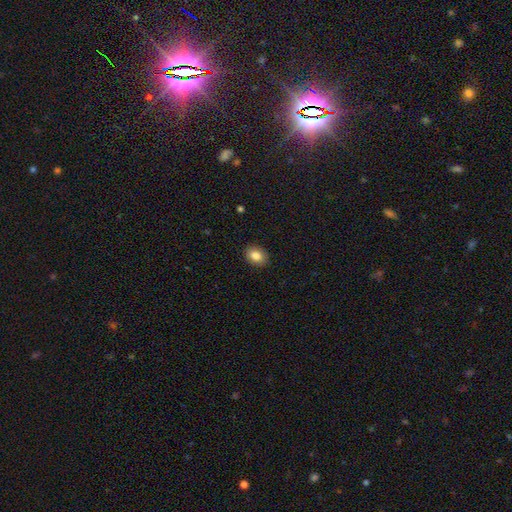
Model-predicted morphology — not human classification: Smooth or featured?
  - smooth: 84% *
  - star or artifact: 8%
  - featured or disk: 8%
How rounded?
  - in between: 66% *
  - round: 34%
  - cigar-shaped: 1%
Merging?
  - none: 89% *
  - minor disturbance: 8%
  - major disturbance: 2%
  - merger: 1%